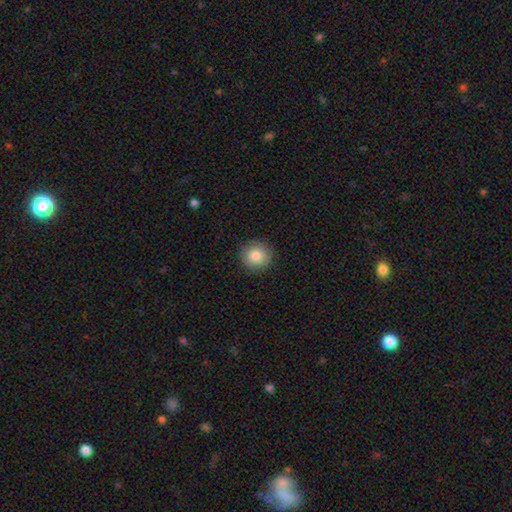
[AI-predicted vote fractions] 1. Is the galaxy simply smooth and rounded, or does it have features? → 84% smooth, 8% star or artifact, 7% featured or disk.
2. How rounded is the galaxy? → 92% round, 7% in between, 1% cigar-shaped.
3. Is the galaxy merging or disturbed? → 89% none, 8% minor disturbance, 2% major disturbance, 1% merger.